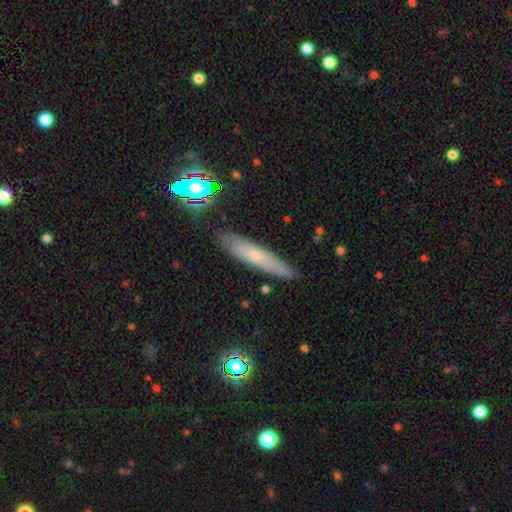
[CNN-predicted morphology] The model was most divided on "smooth or featured": smooth: 54%, featured or disk: 37%, star or artifact: 9%. More confident: merging — none (84%); how rounded — cigar-shaped (83%).